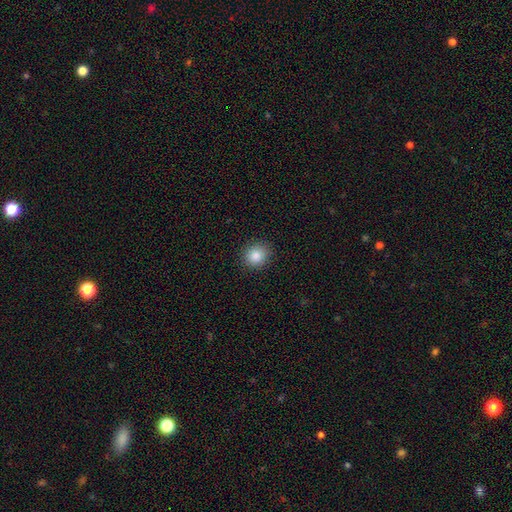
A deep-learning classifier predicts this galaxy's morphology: Smooth or featured? smooth (85%)
How rounded? round (80%)
Merging? none (90%)